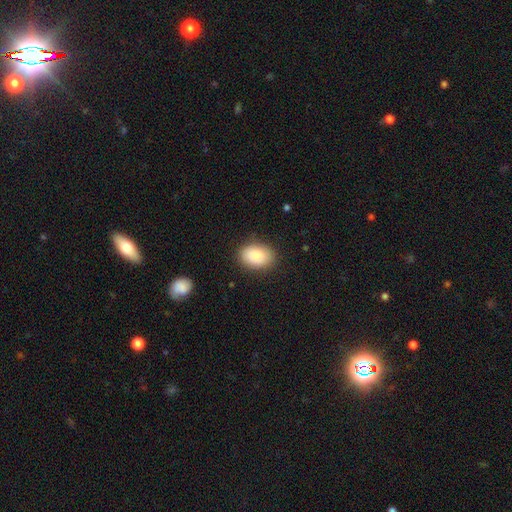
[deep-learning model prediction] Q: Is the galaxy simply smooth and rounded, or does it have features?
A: smooth — 88%.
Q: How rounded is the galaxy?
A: in between — 85%.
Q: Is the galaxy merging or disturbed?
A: none — 86%.